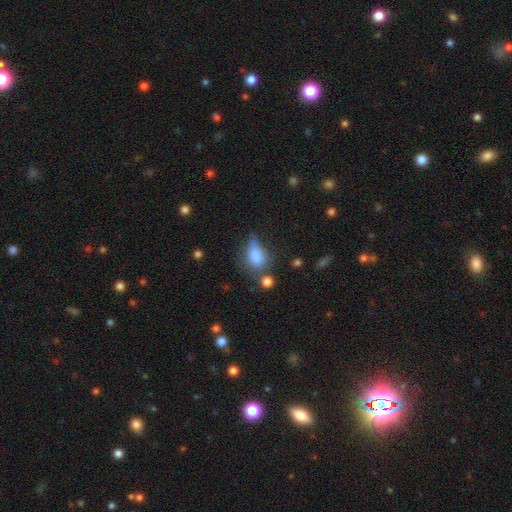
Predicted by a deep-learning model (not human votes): Overall: smooth (74%). How rounded: in between (74%). Merging: none (38%; minor disturbance 32%).